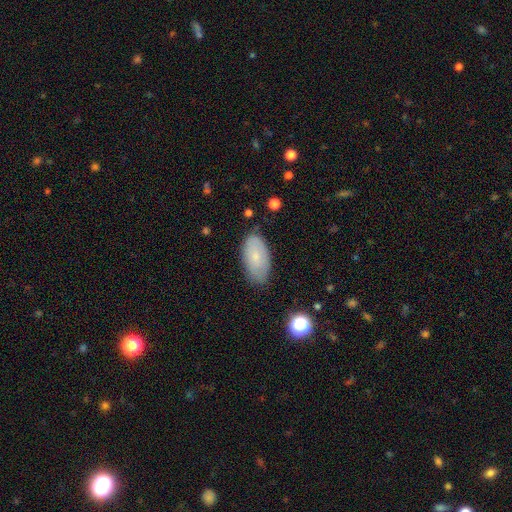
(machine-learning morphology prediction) Smooth or featured? Predicted: smooth (p=0.66). How rounded? Predicted: in between (p=0.94). Merging? Predicted: none (p=0.75).